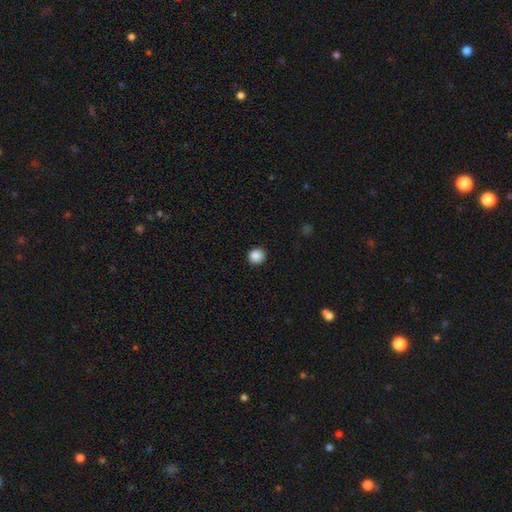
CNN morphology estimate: A smooth galaxy with no disk features (87%) that is round (88%). Merging: none (91%).